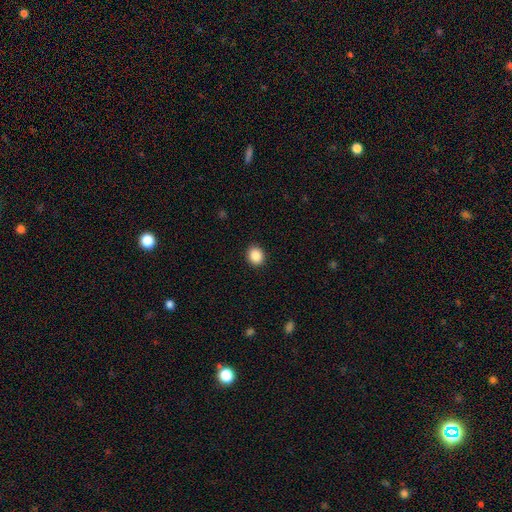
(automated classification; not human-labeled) smooth_or_featured: smooth (p=0.88) [alt: star or artifact p=0.09]
how_rounded: round (p=0.68) [alt: in between p=0.31]
merging: none (p=0.92) [alt: minor disturbance p=0.06]